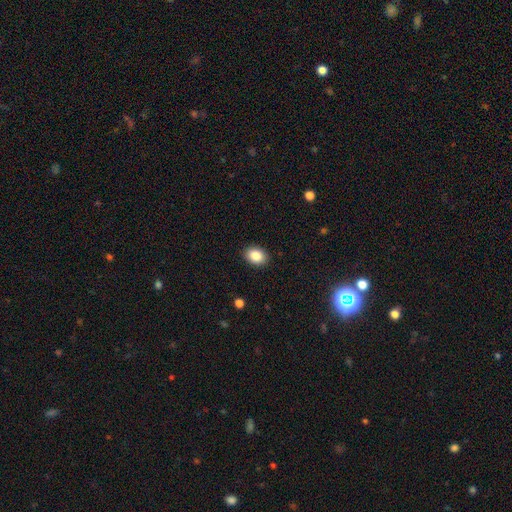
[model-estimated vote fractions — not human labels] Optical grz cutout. It shows a smooth galaxy with no disk features (87%) that is in between round and cigar-shaped (73%). Merging: none (89%).